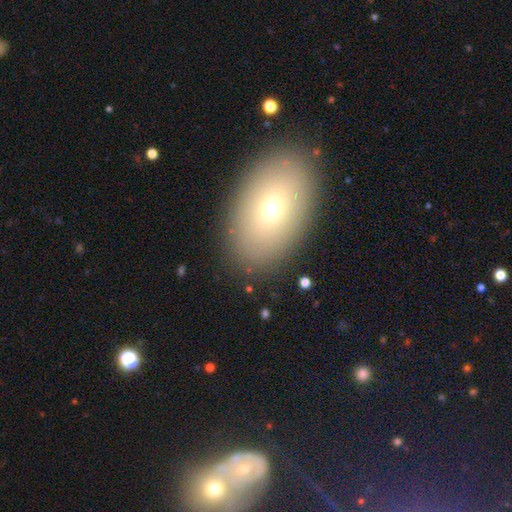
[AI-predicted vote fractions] Morphology: type=smooth (69%); roundness=in between (89%); merging=none (88%).